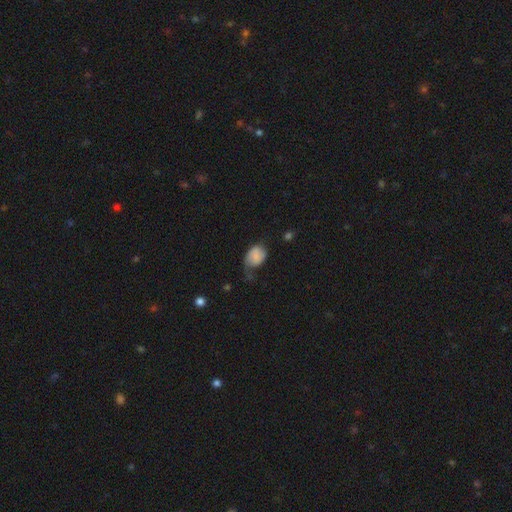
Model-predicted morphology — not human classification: type=smooth (73%); roundness=in between (65%); merging=minor disturbance (37%).